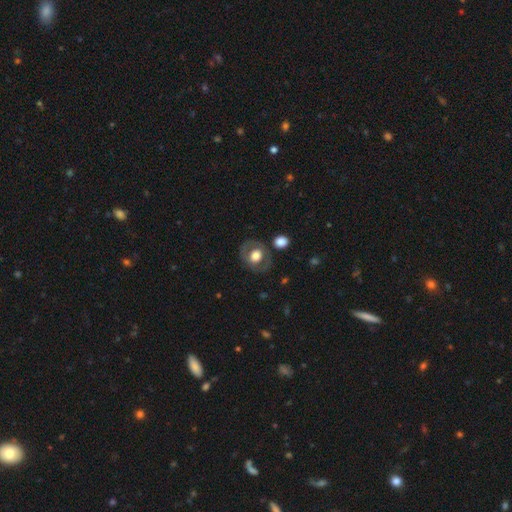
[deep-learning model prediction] Q: Smooth or featured?
A: smooth (52%); runner-up: featured or disk (41%)
Q: How rounded?
A: round (56%); runner-up: in between (43%)
Q: Merging?
A: none (74%); runner-up: minor disturbance (14%)